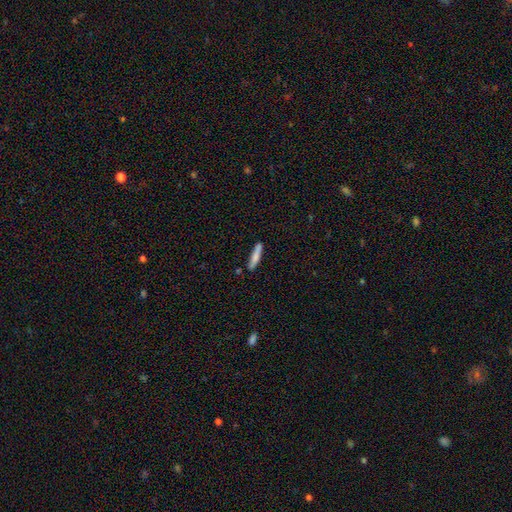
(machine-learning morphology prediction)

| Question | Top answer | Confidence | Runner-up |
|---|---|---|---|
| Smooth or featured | smooth | 78% | featured or disk (16%) |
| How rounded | cigar-shaped | 90% | in between (9%) |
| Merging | none | 81% | minor disturbance (13%) |